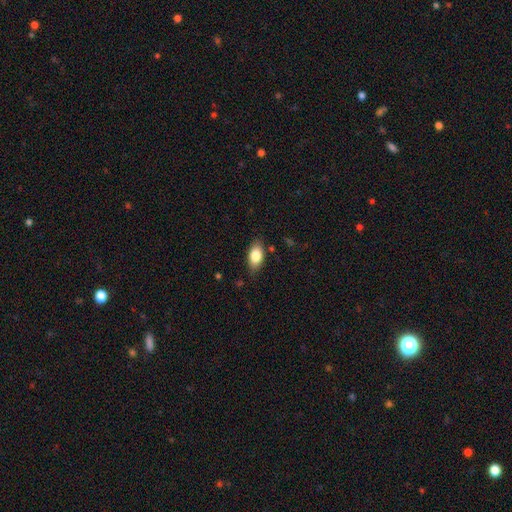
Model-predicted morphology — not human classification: Overall: smooth (82%). How rounded: in between (90%). Merging: none (81%).